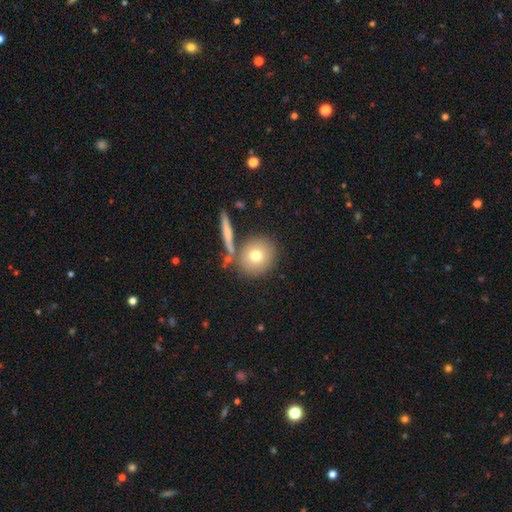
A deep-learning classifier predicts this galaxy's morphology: This is likely a smooth galaxy (73%). How rounded: clearly round (87%). Merging: likely none (74%).